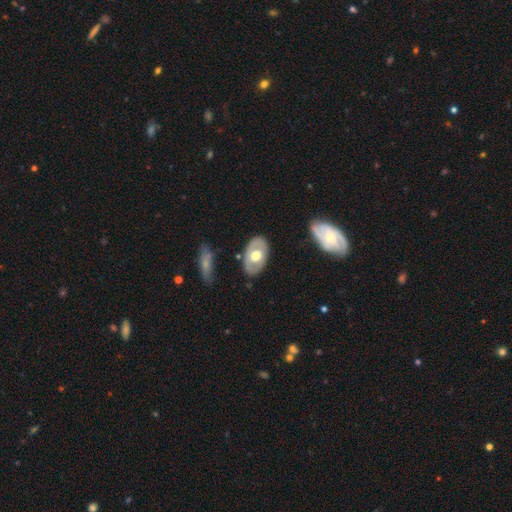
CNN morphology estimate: type=featured or disk (51%); edge-on=no (87%); merging=none (81%).